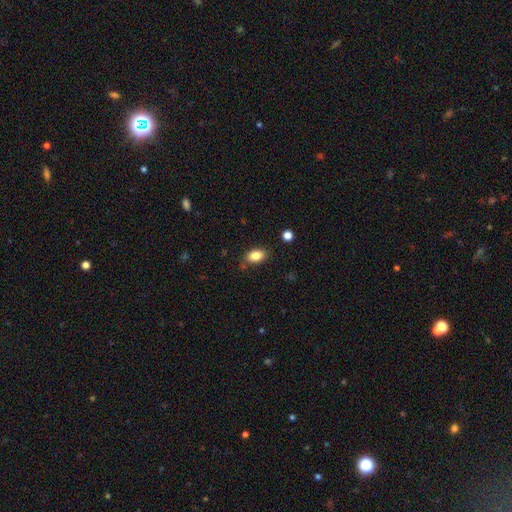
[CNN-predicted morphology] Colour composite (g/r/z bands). It shows a smooth galaxy with no disk features (85%) that is in between round and cigar-shaped (86%). Merging: none (81%).